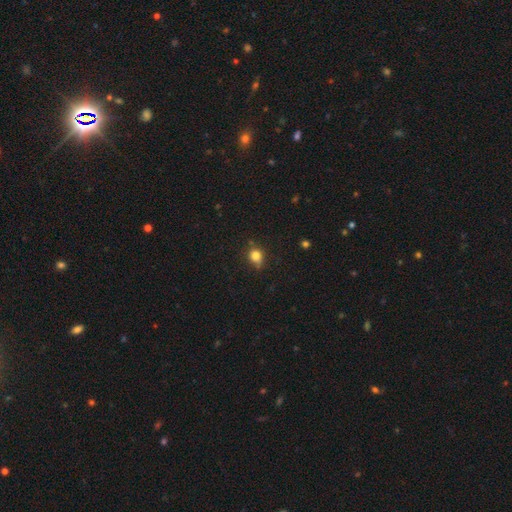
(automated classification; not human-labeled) Q: Smooth or featured?
A: smooth (81%); runner-up: star or artifact (12%)
Q: How rounded?
A: round (63%); runner-up: in between (35%)
Q: Merging?
A: none (66%); runner-up: minor disturbance (25%)